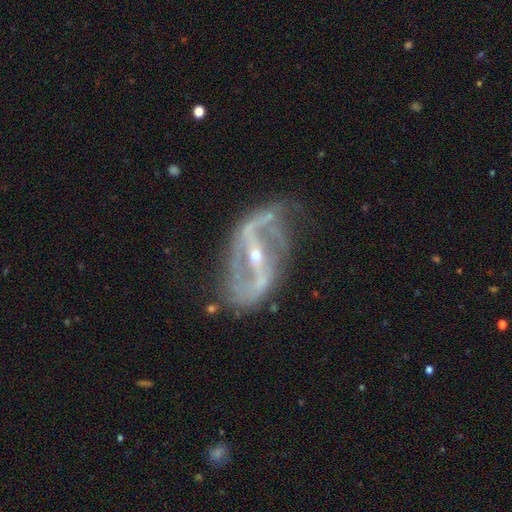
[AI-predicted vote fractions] Q: Smooth or featured?
A: featured or disk (90%); runner-up: star or artifact (6%)
Q: Edge-on disk?
A: no (95%); runner-up: yes (5%)
Q: Bar?
A: strong (67%); runner-up: weak (22%)
Q: Spiral arms?
A: yes (93%); runner-up: no (7%)
Q: Spiral winding?
A: loose (44%); runner-up: medium (39%)
Q: Spiral arm count?
A: 2 (86%); runner-up: can't tell (5%)
Q: Bulge size?
A: small (66%); runner-up: moderate (32%)
Q: Merging?
A: none (57%); runner-up: minor disturbance (24%)